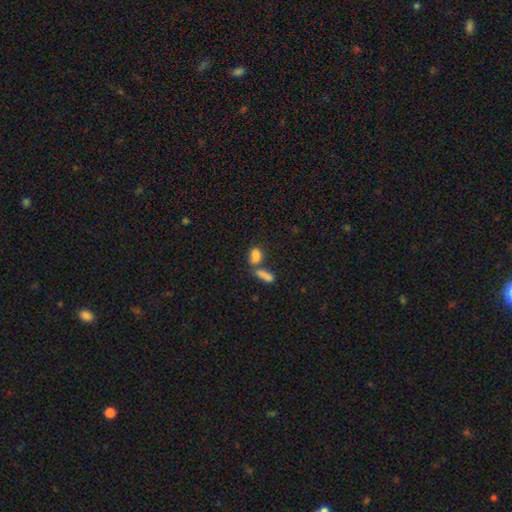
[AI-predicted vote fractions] Q: Smooth or featured?
A: smooth (79%); runner-up: featured or disk (11%)
Q: How rounded?
A: in between (77%); runner-up: round (12%)
Q: Merging?
A: merger (56%); runner-up: none (30%)